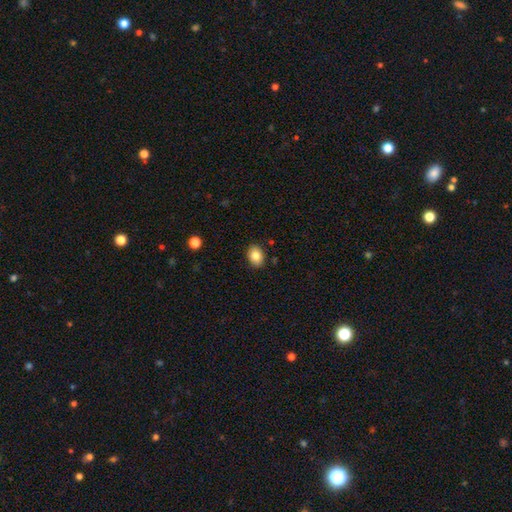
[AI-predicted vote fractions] Morphology: type=smooth (85%); roundness=in between (75%); merging=none (88%).